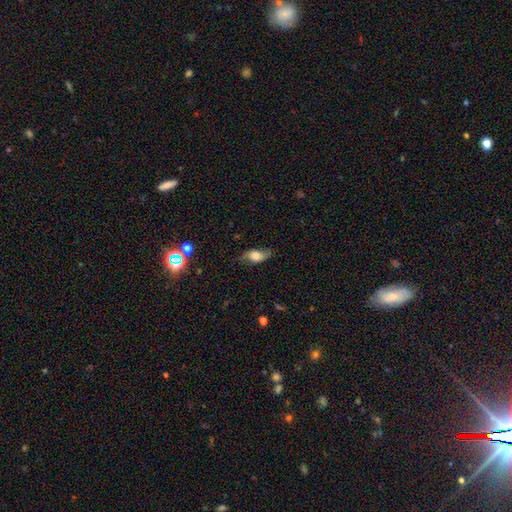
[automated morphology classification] smooth_or_featured: smooth (p=0.54) [alt: featured or disk p=0.36]
how_rounded: in between (p=0.78) [alt: cigar-shaped p=0.14]
merging: none (p=0.69) [alt: minor disturbance p=0.22]